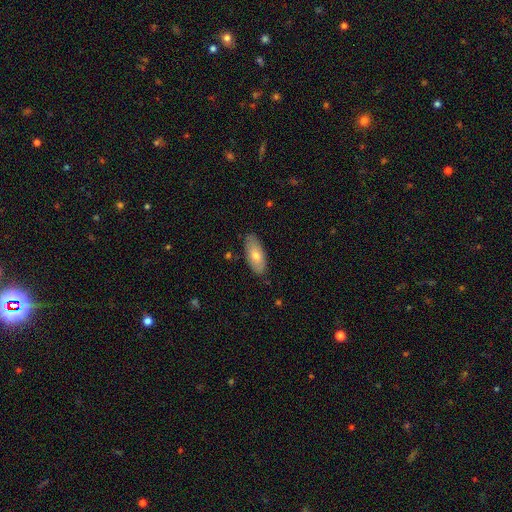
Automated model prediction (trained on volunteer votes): Overall: smooth (70%). How rounded: in between (85%). Merging: none (85%).